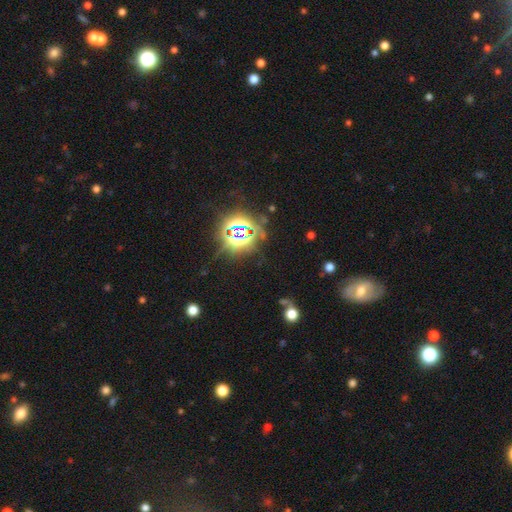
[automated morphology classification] Smooth or featured? star or artifact (79%)